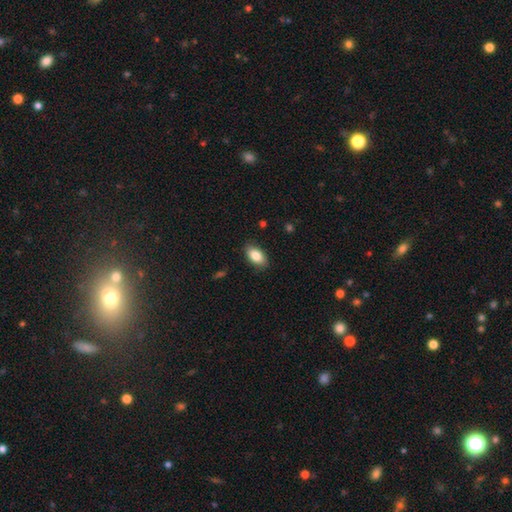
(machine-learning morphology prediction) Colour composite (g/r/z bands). It shows a smooth galaxy with no disk features (85%) that is in between round and cigar-shaped (92%). Merging: none (87%).